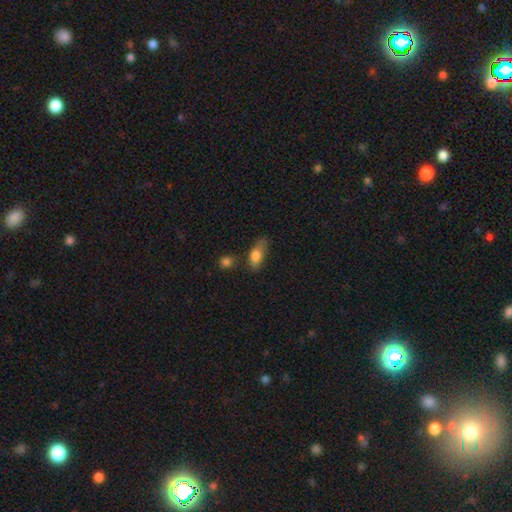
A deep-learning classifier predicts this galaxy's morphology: A smooth galaxy with no disk features (76%) that is in between round and cigar-shaped (80%). Merging: none (48%).